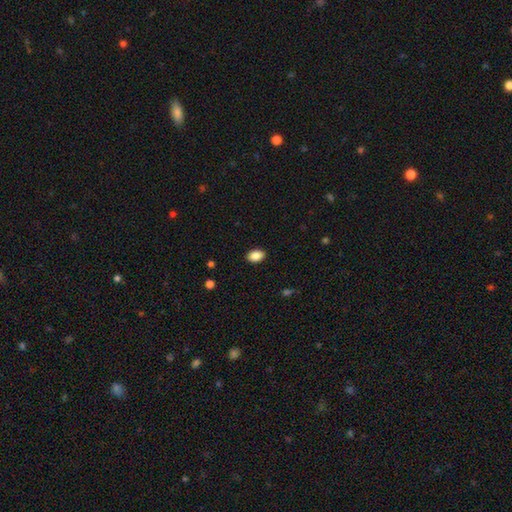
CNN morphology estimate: smooth 88%, star or artifact 8%, featured or disk 4%. Down the decision tree: how rounded — in between (84%); merging — none (90%).